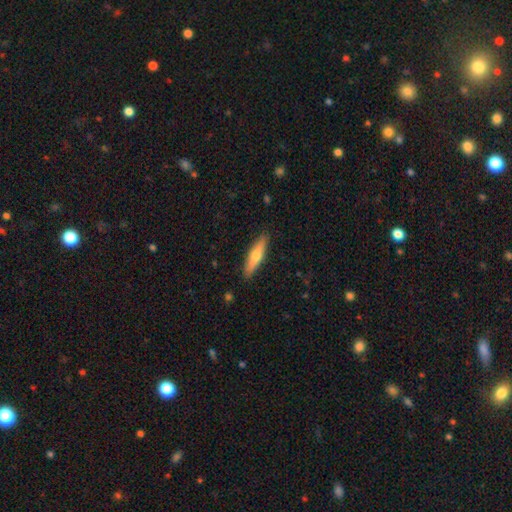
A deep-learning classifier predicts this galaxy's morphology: A smooth galaxy with no disk features (55%) that is cigar-shaped (78%). Merging: none (90%).